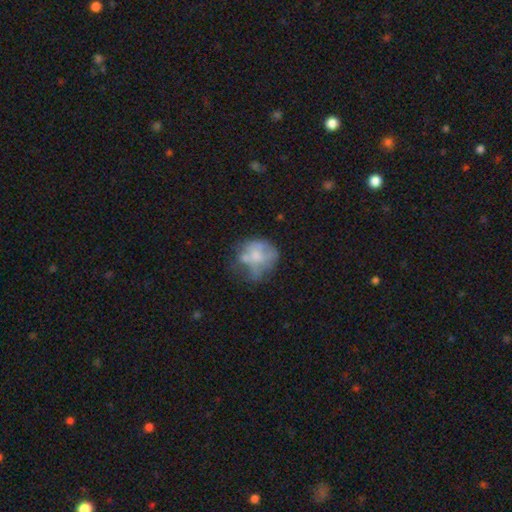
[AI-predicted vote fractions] Smooth or featured? Predicted: smooth (p=0.48). Merging? Predicted: none (p=0.35).